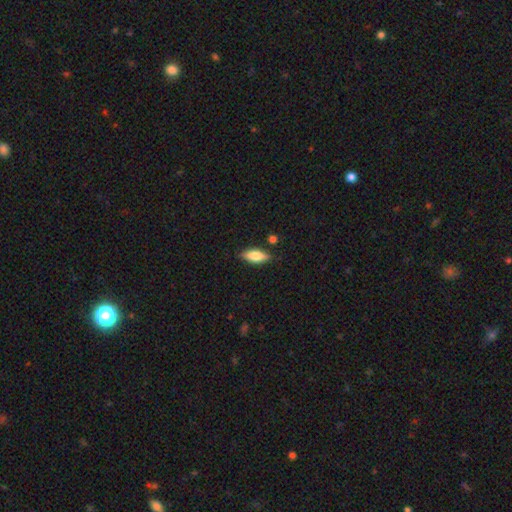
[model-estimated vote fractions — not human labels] A smooth galaxy with no disk features (72%) that is in between round and cigar-shaped (71%). Merging: none (83%).